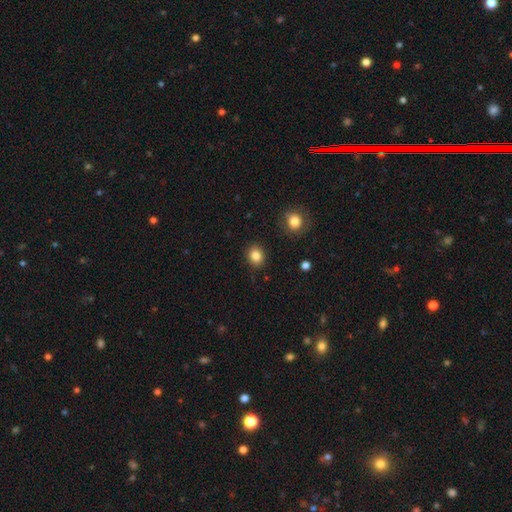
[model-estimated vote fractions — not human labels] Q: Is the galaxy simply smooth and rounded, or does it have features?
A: smooth — 85%.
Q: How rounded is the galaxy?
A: round — 64%.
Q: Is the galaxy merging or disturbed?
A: none — 89%.